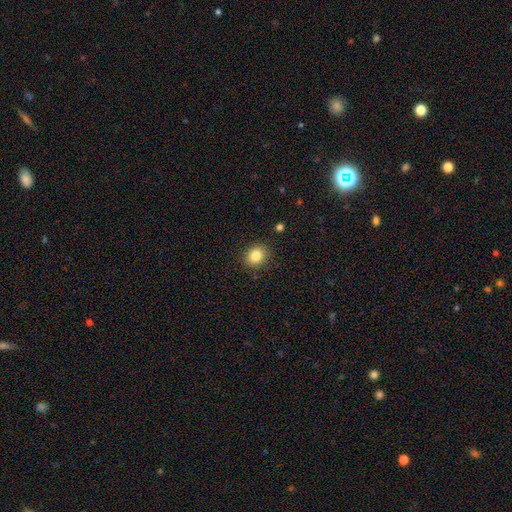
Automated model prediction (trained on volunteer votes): This is clearly a smooth galaxy (84%). How rounded: likely round (69%). Merging: clearly none (88%).